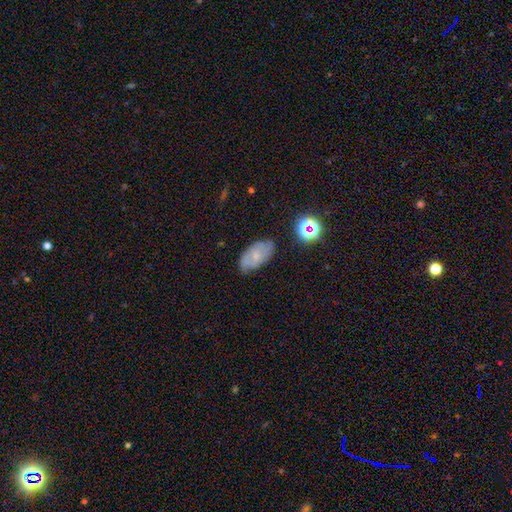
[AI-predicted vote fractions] Smooth or featured: smooth — 44% (featured or disk — 43%)
Merging: none — 73% (minor disturbance — 20%)